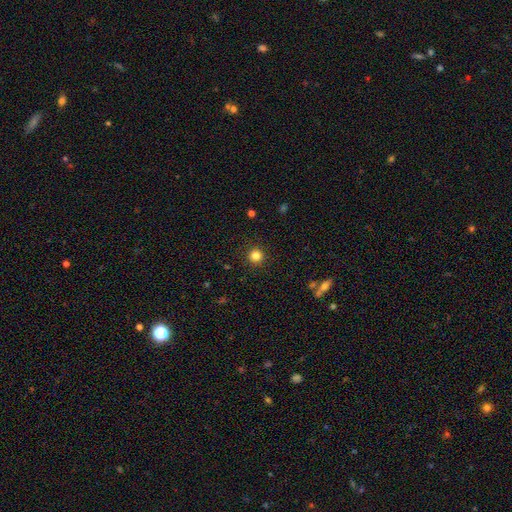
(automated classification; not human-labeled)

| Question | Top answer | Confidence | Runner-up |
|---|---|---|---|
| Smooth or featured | smooth | 83% | star or artifact (12%) |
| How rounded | round | 95% | in between (4%) |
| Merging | none | 92% | minor disturbance (5%) |